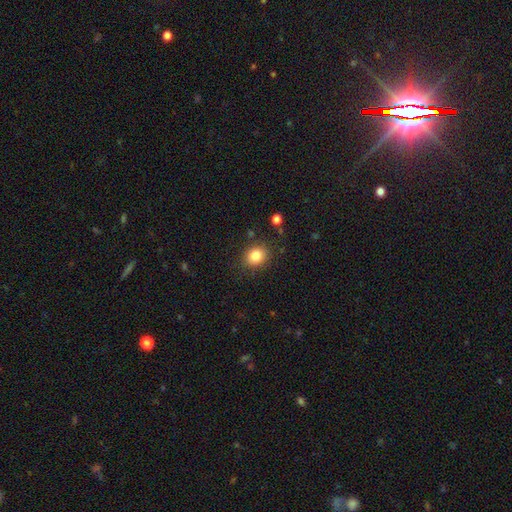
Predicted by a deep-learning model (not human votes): This appears to be a smooth galaxy with no disk features (84%) that is round (58%). Merging: none (84%).